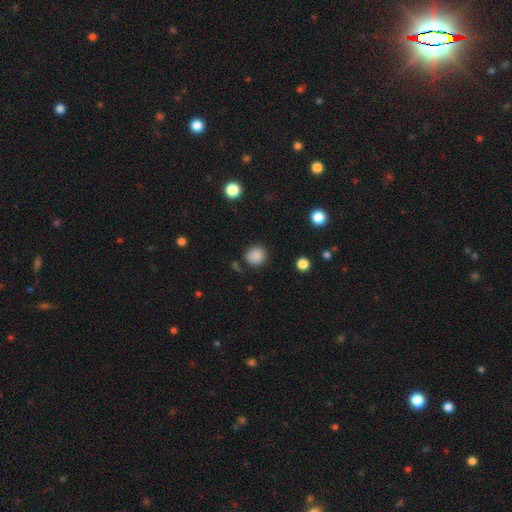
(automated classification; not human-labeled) Overall: smooth (86%). How rounded: round (89%). Merging: none (80%).